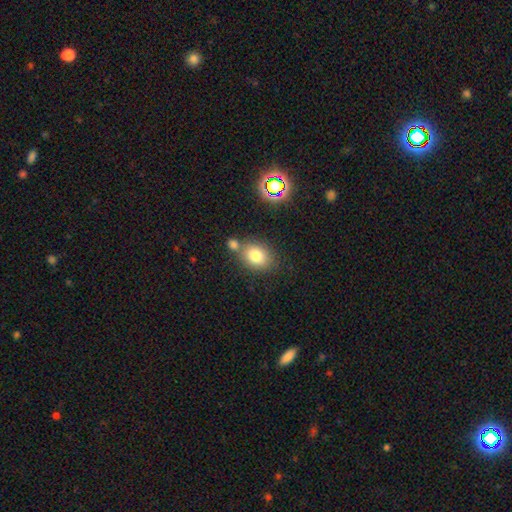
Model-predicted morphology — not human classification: smooth-or-featured: smooth: 78% | star or artifact: 12% | featured or disk: 10%
  how-rounded: in between: 51% | round: 47% | cigar-shaped: 1%
  merging: none: 62% | merger: 22% | minor disturbance: 12% | major disturbance: 4%